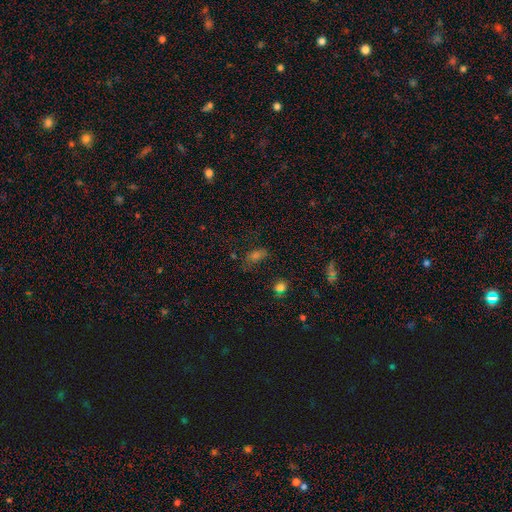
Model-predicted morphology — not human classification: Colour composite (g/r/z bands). It shows a smooth galaxy with no disk features (54%) that is in between round and cigar-shaped (76%). Merging: none (61%).